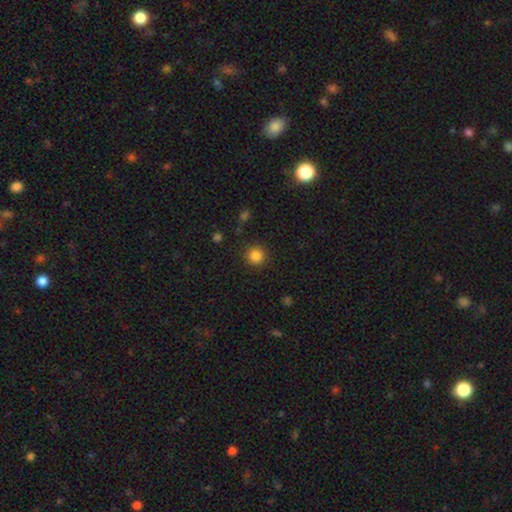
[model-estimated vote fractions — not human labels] Smooth or featured? Predicted: smooth (p=0.85). How rounded? Predicted: round (p=0.94). Merging? Predicted: none (p=0.89).